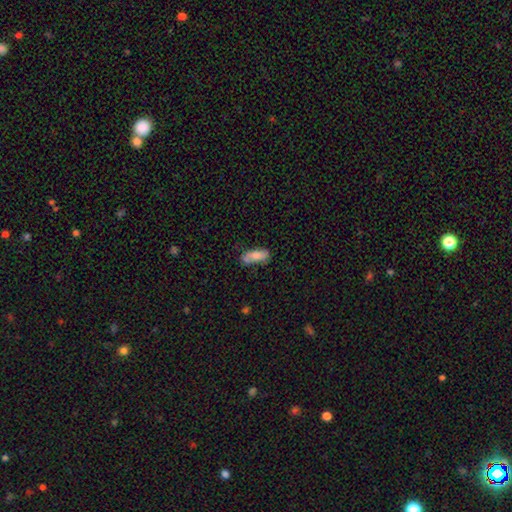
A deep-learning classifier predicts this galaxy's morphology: Q: Smooth or featured?
A: smooth (77%); runner-up: featured or disk (16%)
Q: How rounded?
A: in between (73%); runner-up: cigar-shaped (24%)
Q: Merging?
A: none (52%); runner-up: minor disturbance (27%)